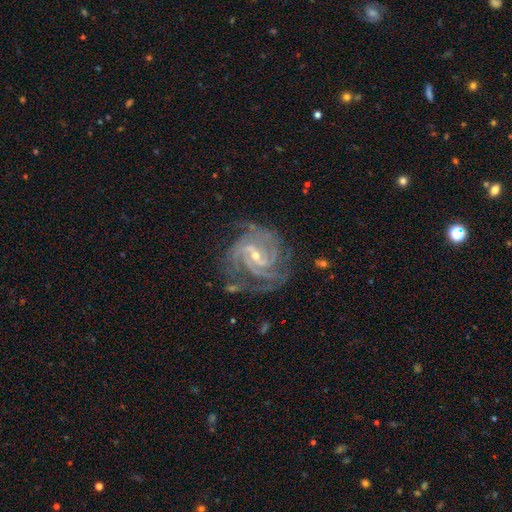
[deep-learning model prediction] This is clearly a featured or disk galaxy (92%). It is clearly not viewed edge-on (98%). Bar: possibly weak (47%). Spiral arm pattern: clearly yes (99%). Spiral arm count: marginally 3 (32%). Spiral winding: likely tight (61%). Central bulge: likely small (68%). Merging: likely none (69%).